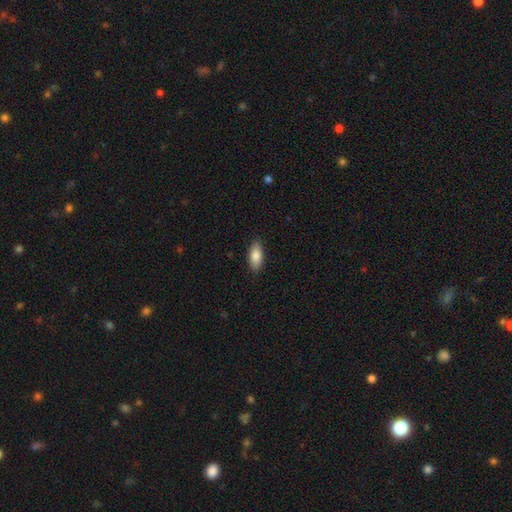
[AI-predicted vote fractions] The model was most divided on "how rounded": in between: 81%, cigar-shaped: 16%, round: 2%. More confident: merging — none (88%); smooth or featured — smooth (83%).